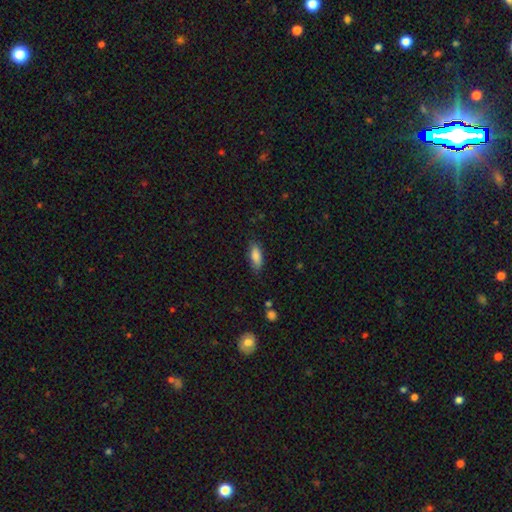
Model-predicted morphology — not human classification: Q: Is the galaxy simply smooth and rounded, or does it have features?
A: smooth — 85%.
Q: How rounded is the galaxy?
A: in between — 76%.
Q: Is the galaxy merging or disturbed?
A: none — 79%.